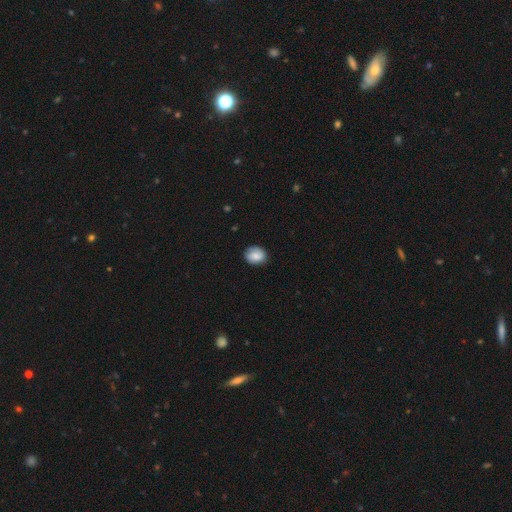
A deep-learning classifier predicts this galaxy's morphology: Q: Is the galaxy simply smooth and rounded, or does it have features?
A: smooth — 81%.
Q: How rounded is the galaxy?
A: round — 55%.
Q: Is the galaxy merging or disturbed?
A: none — 81%.